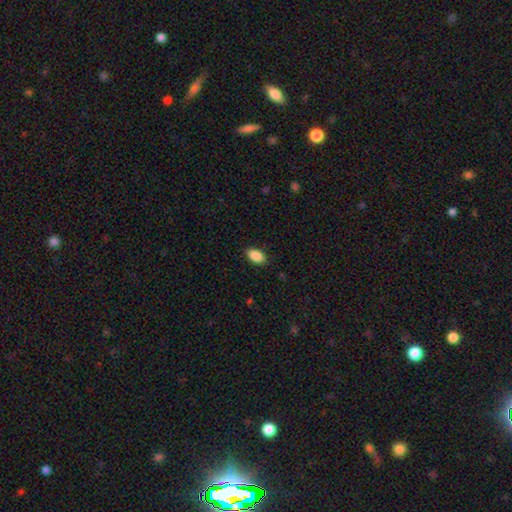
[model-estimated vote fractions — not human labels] This is clearly a smooth galaxy (90%). How rounded: clearly in between (93%). Merging: clearly none (88%).